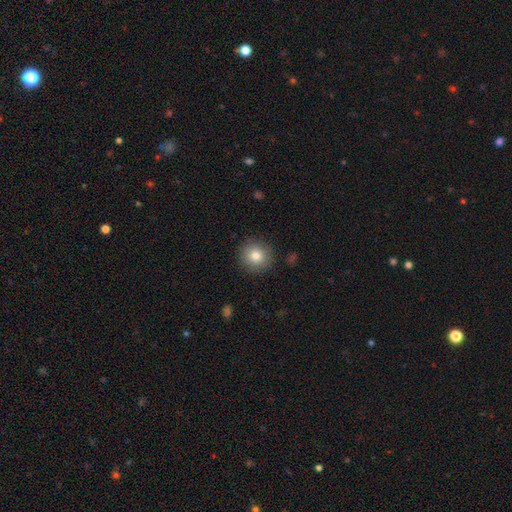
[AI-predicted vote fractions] smooth-or-featured: smooth: 81% | star or artifact: 10% | featured or disk: 9%
  how-rounded: round: 93% | in between: 6% | cigar-shaped: 1%
  merging: none: 90% | minor disturbance: 7% | major disturbance: 2% | merger: 1%